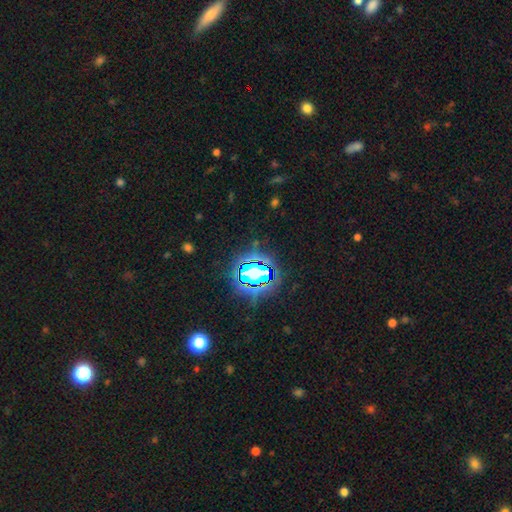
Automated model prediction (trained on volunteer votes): Smooth or featured? star or artifact (81%)